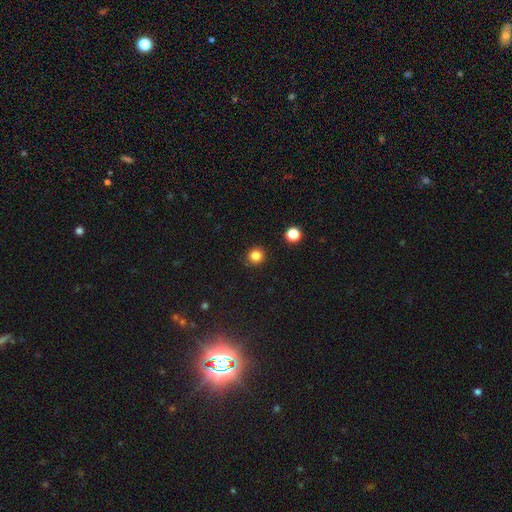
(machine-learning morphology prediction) Smooth or featured? smooth (84%)
How rounded? round (93%)
Merging? none (90%)